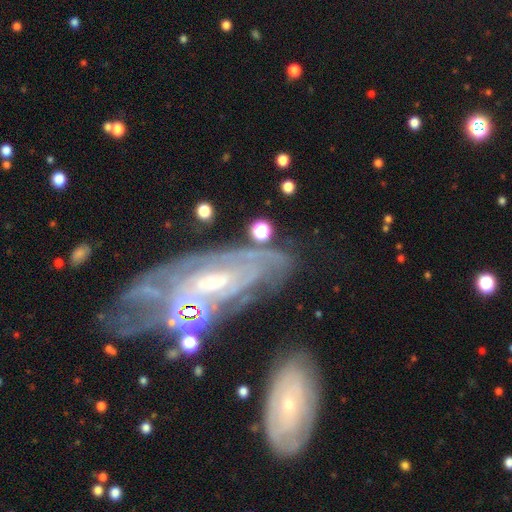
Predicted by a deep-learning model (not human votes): smooth_or_featured: featured or disk (p=0.79) [alt: smooth p=0.11]
disk_edge_on: no (p=0.86) [alt: yes p=0.14]
bar: no (p=0.53) [alt: weak p=0.32]
has_spiral_arms: yes (p=0.82) [alt: no p=0.18]
spiral_winding: tight (p=0.69) [alt: medium p=0.23]
spiral_arm_count: can't tell (p=0.57) [alt: 2 p=0.16]
bulge_size: small (p=0.61) [alt: moderate p=0.29]
merging: none (p=0.60) [alt: minor disturbance p=0.19]